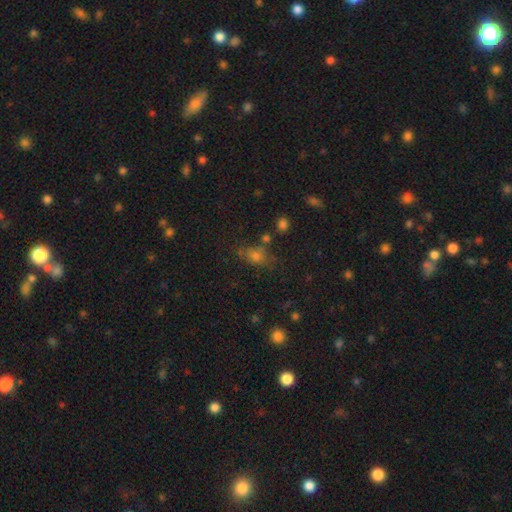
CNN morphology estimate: smooth_or_featured: smooth (p=0.60) [alt: star or artifact p=0.26]
how_rounded: in between (p=0.60) [alt: round p=0.34]
merging: none (p=0.64) [alt: minor disturbance p=0.18]